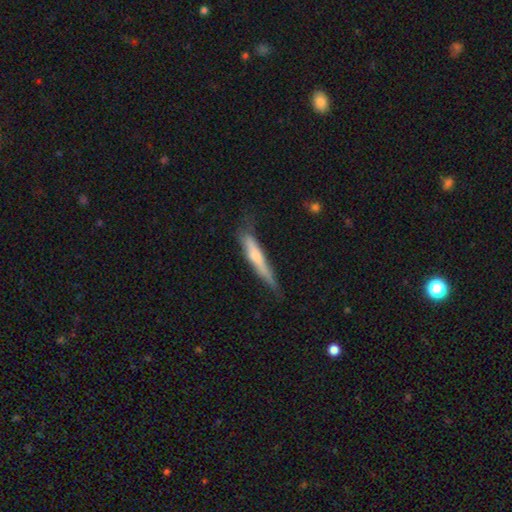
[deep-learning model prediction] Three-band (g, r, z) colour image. It shows a smooth galaxy with no disk features (55%) that is cigar-shaped (91%). Merging: none (60%).